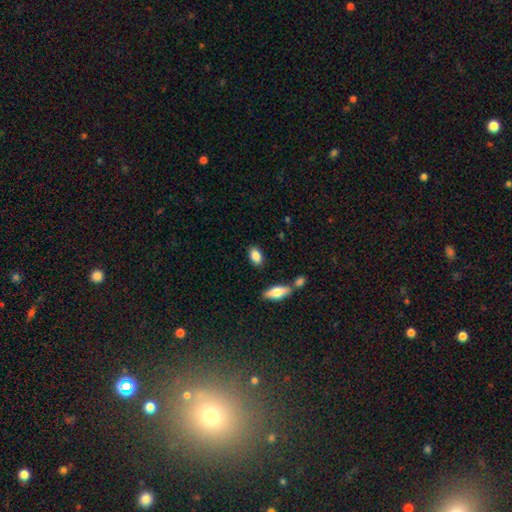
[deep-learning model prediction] smooth_or_featured: smooth (p=0.85) [alt: featured or disk p=0.08]
how_rounded: in between (p=0.88) [alt: round p=0.07]
merging: none (p=0.82) [alt: minor disturbance p=0.11]